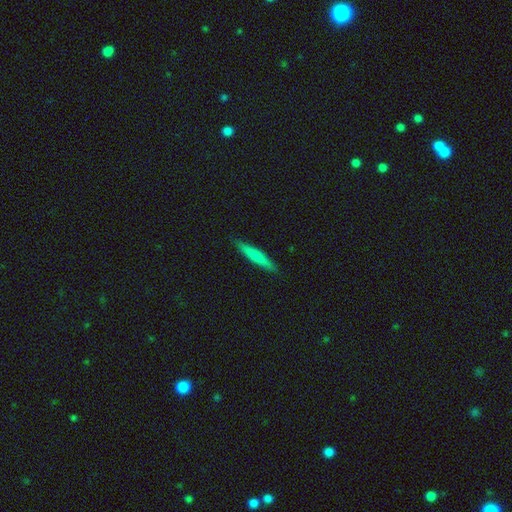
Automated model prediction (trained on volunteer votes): Smooth or featured? smooth (70%)
How rounded? cigar-shaped (92%)
Merging? none (89%)